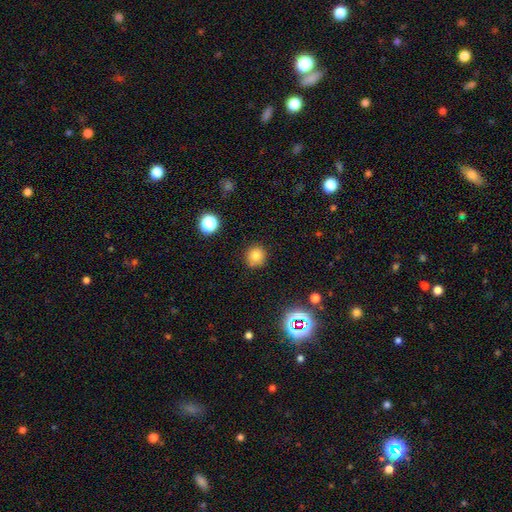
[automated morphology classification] This appears to be a smooth galaxy with no disk features (79%) that is round (91%). Merging: none (79%).